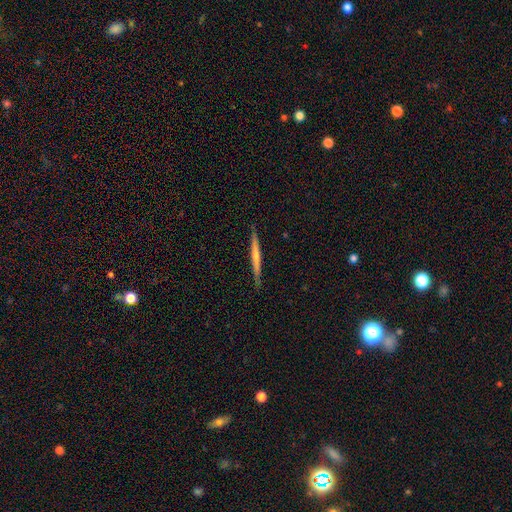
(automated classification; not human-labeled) The model was most divided on "smooth or featured": featured or disk: 51%, smooth: 43%, star or artifact: 5%. More confident: edge-on disk — yes (97%); merging — none (88%).